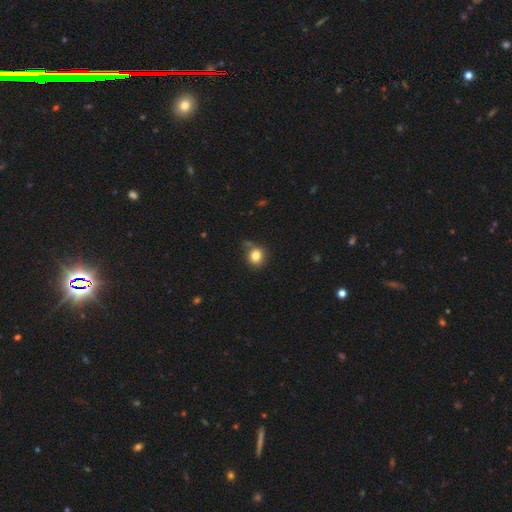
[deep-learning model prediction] The model was most divided on "how rounded": round: 73%, in between: 26%, cigar-shaped: 1%. More confident: smooth or featured — smooth (83%); merging — none (70%).